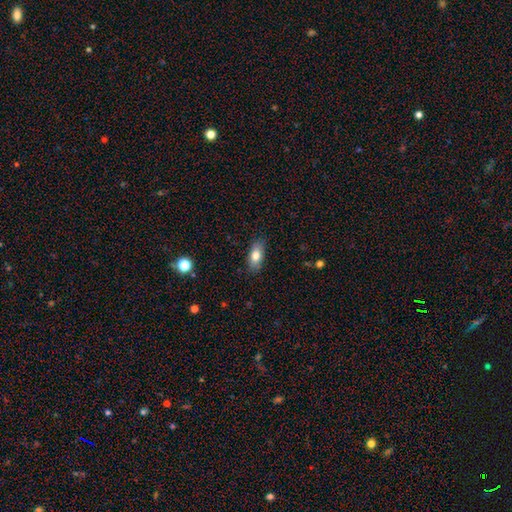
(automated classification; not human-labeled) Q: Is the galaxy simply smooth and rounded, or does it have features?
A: smooth — 79%.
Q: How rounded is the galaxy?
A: in between — 85%.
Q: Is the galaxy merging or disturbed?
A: none — 85%.